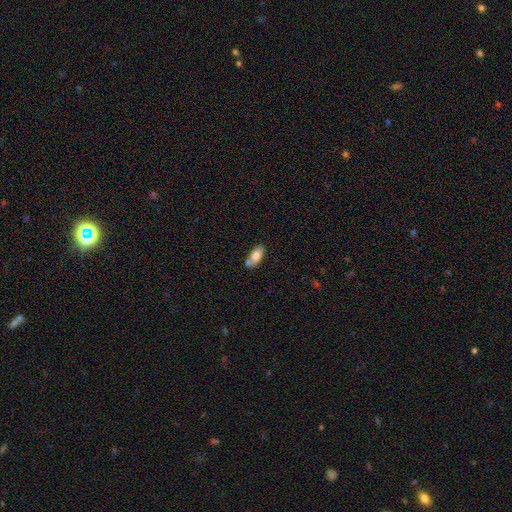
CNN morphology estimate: Smooth or featured? Predicted: smooth (p=0.81). How rounded? Predicted: in between (p=0.88). Merging? Predicted: none (p=0.59).